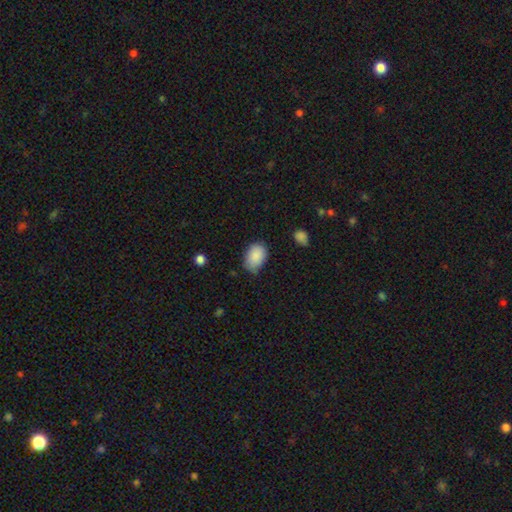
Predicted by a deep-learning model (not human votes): Smooth or featured? smooth (88%)
How rounded? in between (83%)
Merging? none (65%)